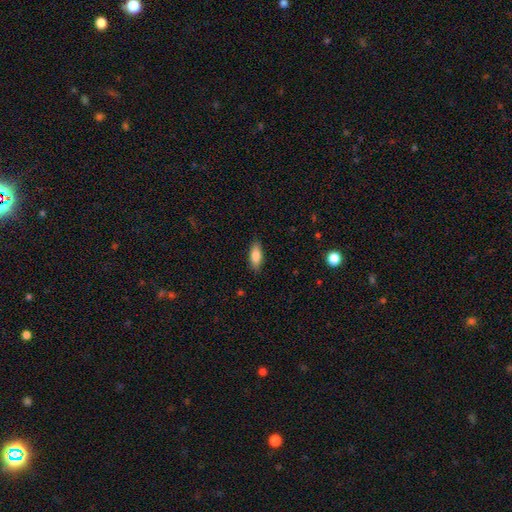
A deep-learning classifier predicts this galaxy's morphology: Smooth or featured?
  - smooth: 83% *
  - featured or disk: 11%
  - star or artifact: 7%
How rounded?
  - in between: 76% *
  - cigar-shaped: 22%
  - round: 2%
Merging?
  - none: 88% *
  - minor disturbance: 9%
  - major disturbance: 2%
  - merger: 1%